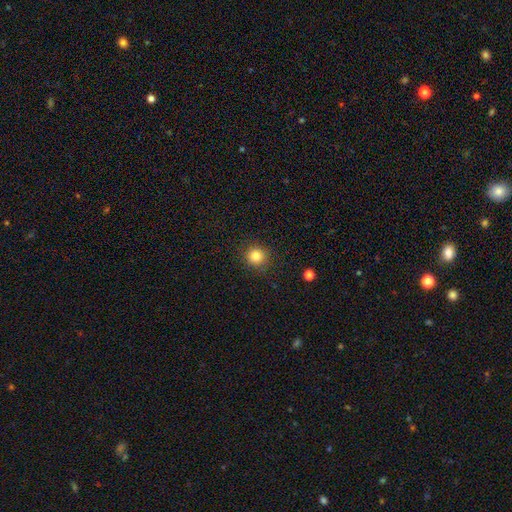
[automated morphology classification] Smooth or featured? Predicted: smooth (p=0.81). How rounded? Predicted: round (p=0.94). Merging? Predicted: none (p=0.91).